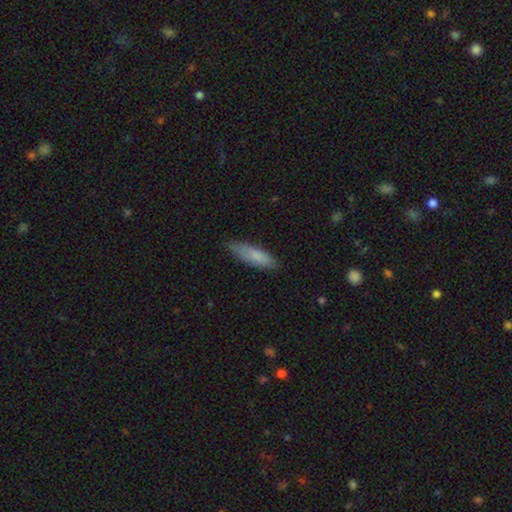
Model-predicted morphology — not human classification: Overall: smooth (81%). How rounded: cigar-shaped (59%; in between 40%). Merging: none (77%).